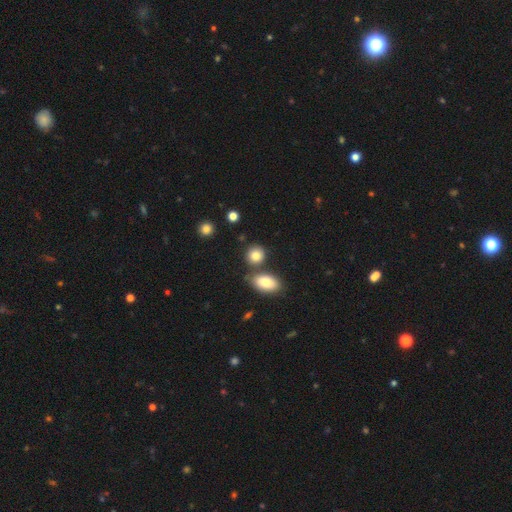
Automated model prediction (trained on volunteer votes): Overall: smooth (84%). How rounded: round (72%). Merging: none (71%).